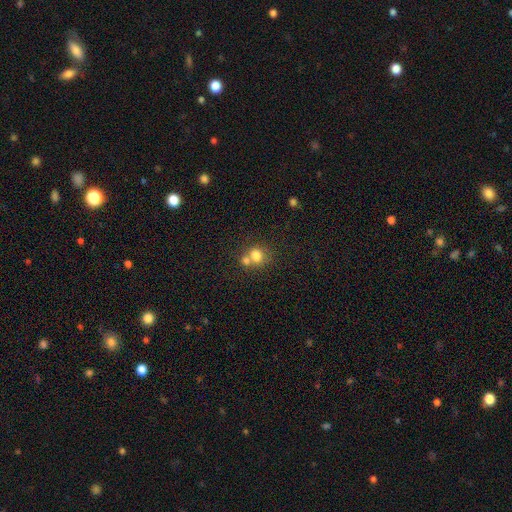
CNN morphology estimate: This appears to be a smooth galaxy with no disk features (77%) that is round (76%). Merging: merger (50%).